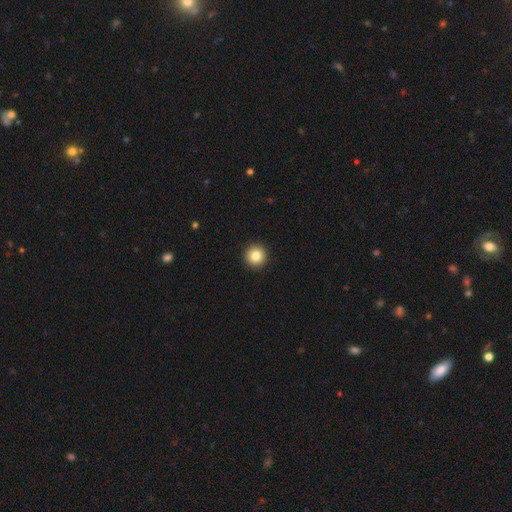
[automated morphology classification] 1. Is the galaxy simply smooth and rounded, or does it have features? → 84% smooth, 10% star or artifact, 6% featured or disk.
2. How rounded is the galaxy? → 96% round, 3% in between, 1% cigar-shaped.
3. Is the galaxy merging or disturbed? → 94% none, 4% minor disturbance, 1% major disturbance, 1% merger.